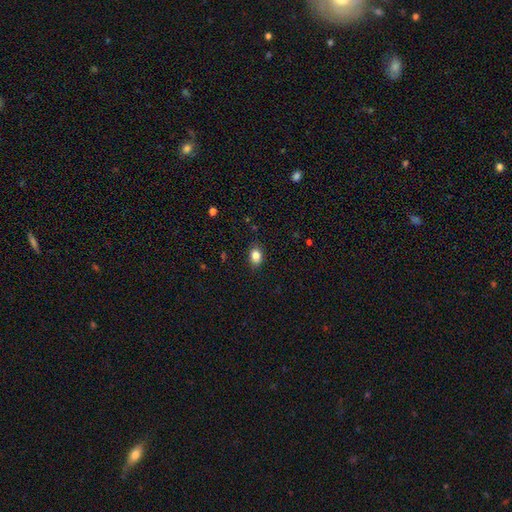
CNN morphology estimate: Smooth or featured? Predicted: smooth (p=0.84). How rounded? Predicted: in between (p=0.71). Merging? Predicted: none (p=0.86).